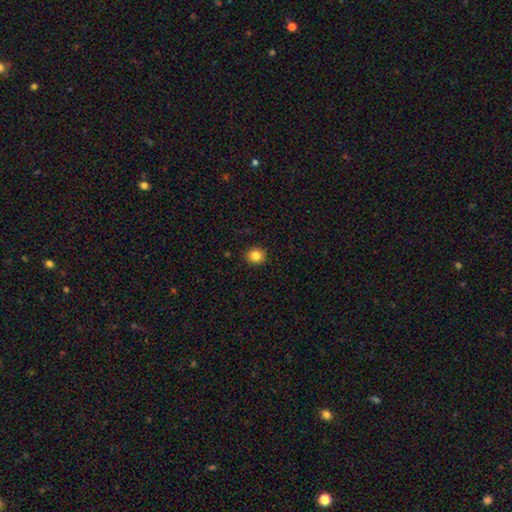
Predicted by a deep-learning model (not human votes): Smooth or featured: smooth — 83% (star or artifact — 11%)
How rounded: round — 86% (in between — 13%)
Merging: none — 91% (minor disturbance — 6%)